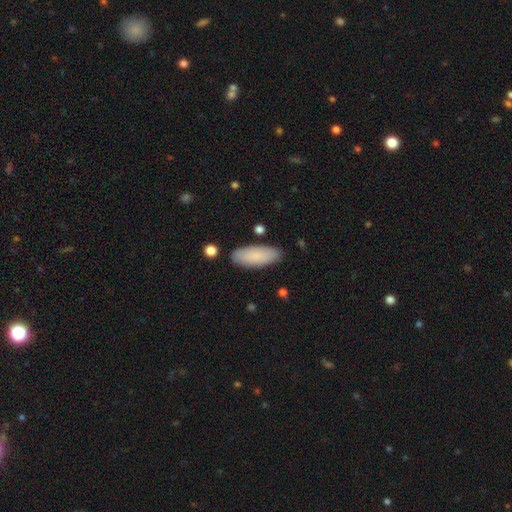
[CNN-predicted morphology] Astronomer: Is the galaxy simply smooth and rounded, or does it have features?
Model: smooth — 86%.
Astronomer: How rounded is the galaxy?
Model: in between — 74%.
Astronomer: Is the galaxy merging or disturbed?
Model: none — 86%.